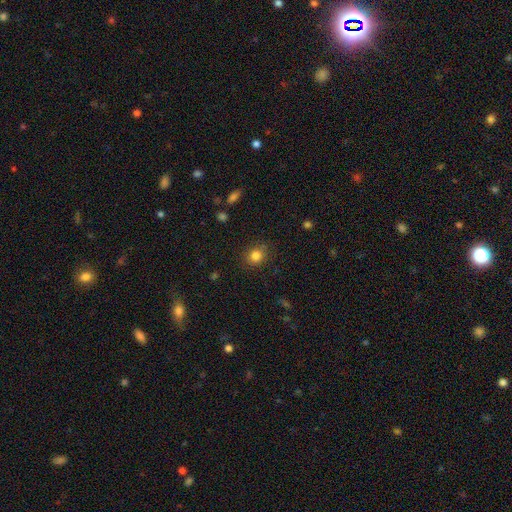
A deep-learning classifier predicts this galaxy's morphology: smooth-or-featured: smooth: 82% | star or artifact: 12% | featured or disk: 6%
  how-rounded: round: 77% | in between: 22% | cigar-shaped: 1%
  merging: none: 85% | minor disturbance: 10% | major disturbance: 3% | merger: 2%